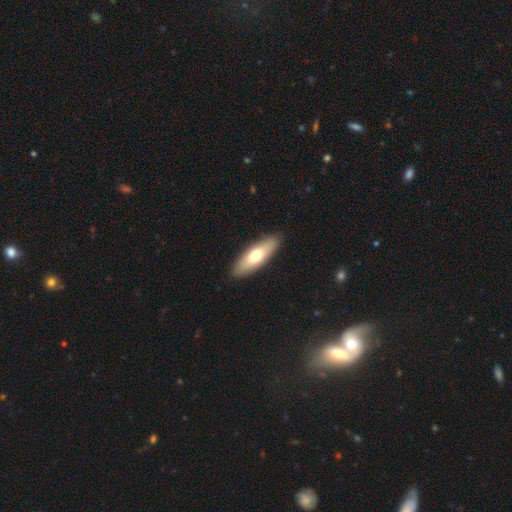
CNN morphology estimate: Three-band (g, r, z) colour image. It shows a smooth galaxy with no disk features (66%) that is in between round and cigar-shaped (55%). Merging: none (90%).